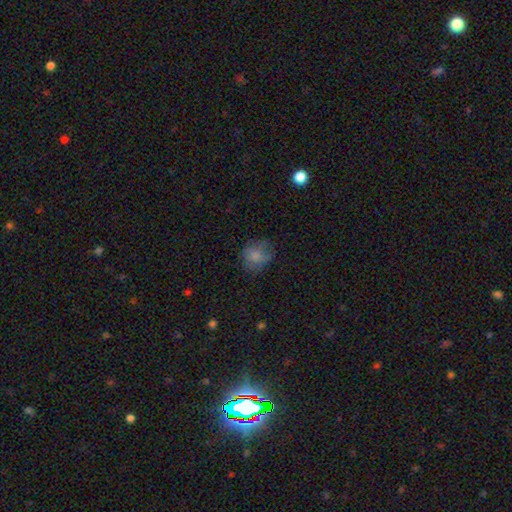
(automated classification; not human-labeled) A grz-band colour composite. It shows a smooth galaxy with no disk features (74%) that is round (72%). Merging: none (62%).